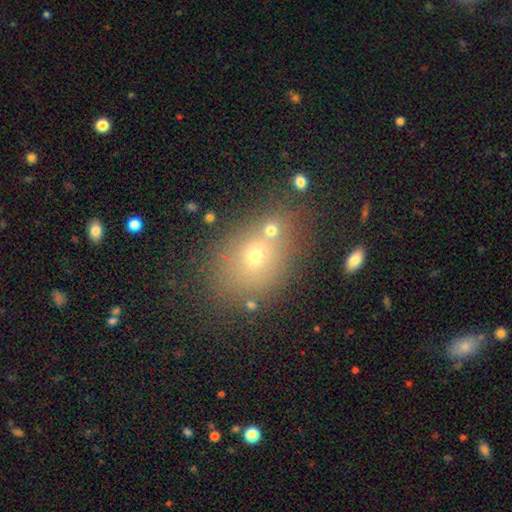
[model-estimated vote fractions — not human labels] This appears to be a smooth galaxy with no disk features (61%) that is round (51%). Merging: none (62%).